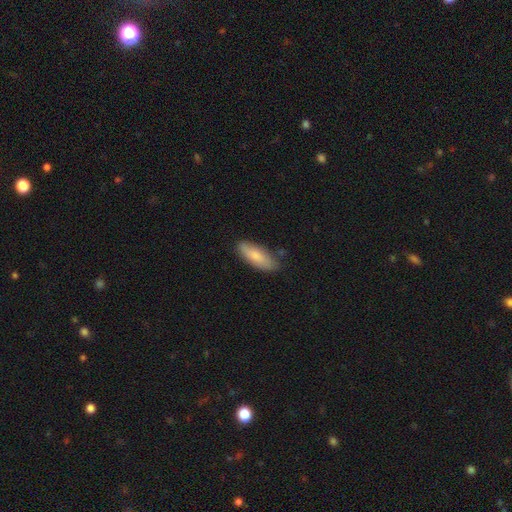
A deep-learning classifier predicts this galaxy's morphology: Smooth or featured? smooth (80%)
How rounded? in between (66%)
Merging? none (73%)